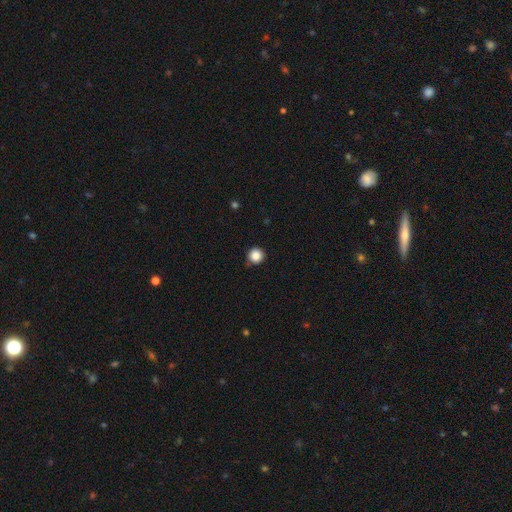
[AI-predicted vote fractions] Smooth or featured?
  - smooth: 86% *
  - star or artifact: 10%
  - featured or disk: 4%
How rounded?
  - round: 95% *
  - in between: 4%
  - cigar-shaped: 1%
Merging?
  - none: 84% *
  - minor disturbance: 12%
  - major disturbance: 2%
  - merger: 1%